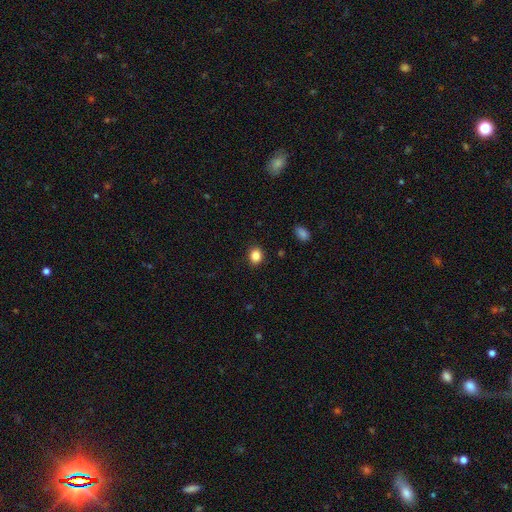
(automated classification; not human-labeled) A smooth galaxy with no disk features (86%) that is round (55%). Merging: none (90%).